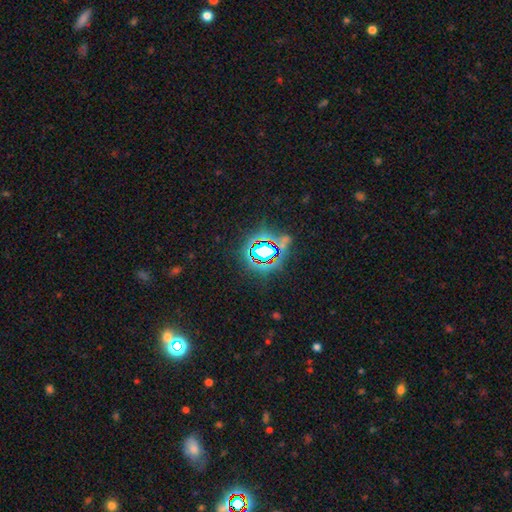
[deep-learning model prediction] star or artifact 75%, smooth 15%, featured or disk 10%.